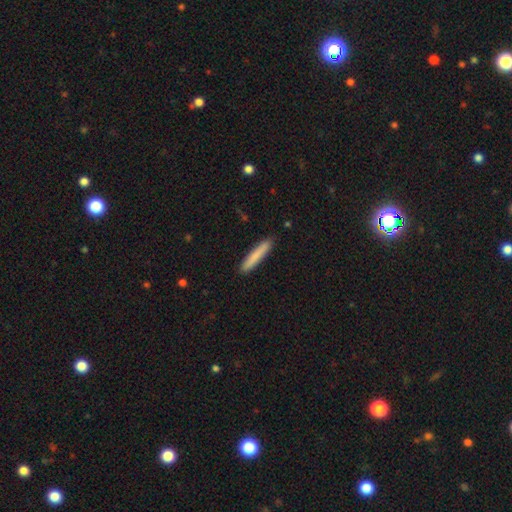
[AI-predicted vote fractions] A smooth galaxy with no disk features (82%) that is cigar-shaped (94%).

Vote fractions:
- Smooth or featured? smooth: 82% / featured or disk: 12% / star or artifact: 6%
- How rounded? cigar-shaped: 94% / in between: 5% / round: 1%
- Merging? none: 90% / minor disturbance: 7% / major disturbance: 1% / merger: 1%